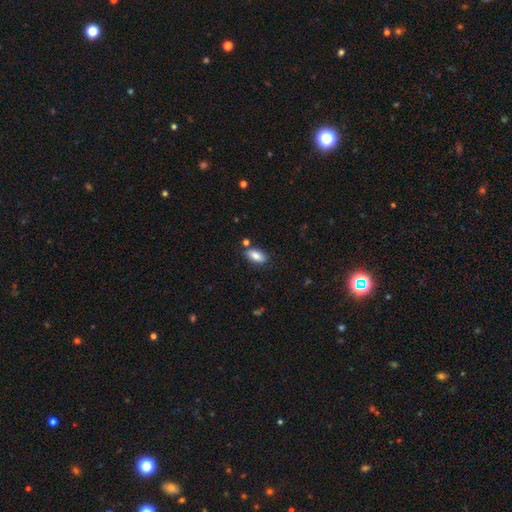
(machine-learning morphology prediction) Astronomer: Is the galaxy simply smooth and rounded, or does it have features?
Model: smooth — 83%.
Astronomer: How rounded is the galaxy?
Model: in between — 89%.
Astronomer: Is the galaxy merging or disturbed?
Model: none — 79%.